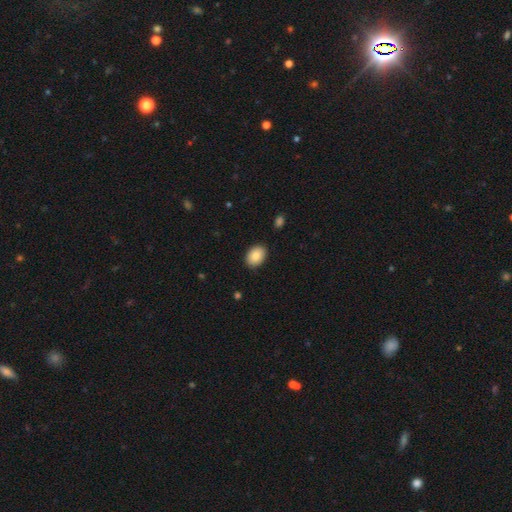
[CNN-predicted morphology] This is clearly a smooth galaxy (86%). How rounded: likely in between (78%). Merging: clearly none (89%).